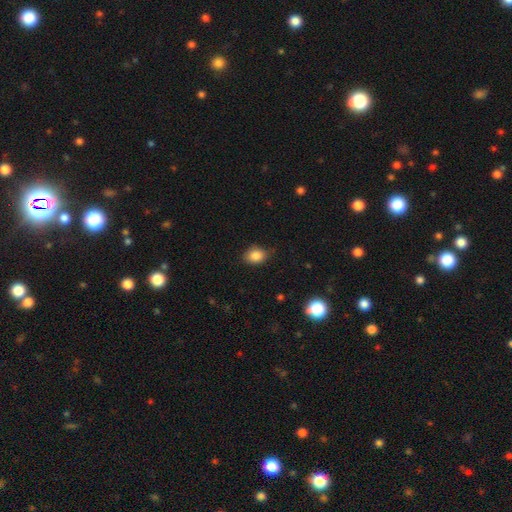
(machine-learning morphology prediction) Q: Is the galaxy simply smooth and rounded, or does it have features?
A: smooth — 85%.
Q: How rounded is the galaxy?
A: in between — 59%.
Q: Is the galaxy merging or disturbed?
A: none — 75%.